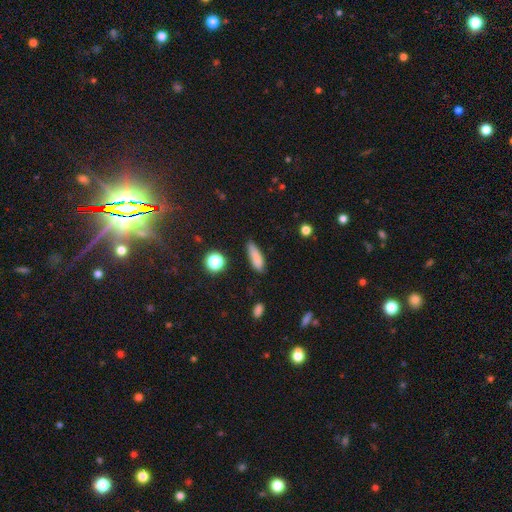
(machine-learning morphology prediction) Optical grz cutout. It shows a smooth galaxy with no disk features (82%) that is cigar-shaped (56%). Merging: none (74%).